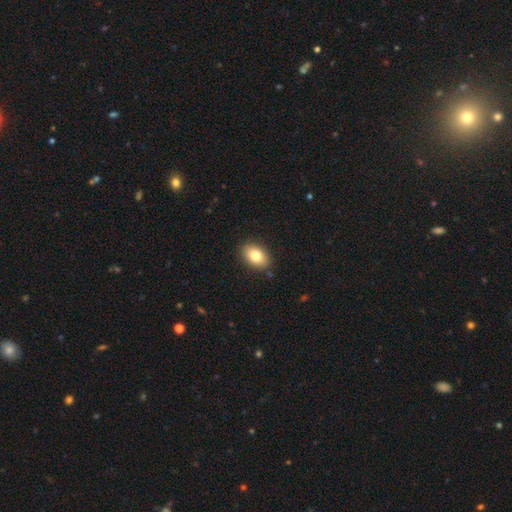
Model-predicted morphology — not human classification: smooth_or_featured: smooth (p=0.81) [alt: featured or disk p=0.11]
how_rounded: in between (p=0.86) [alt: round p=0.12]
merging: none (p=0.87) [alt: minor disturbance p=0.09]